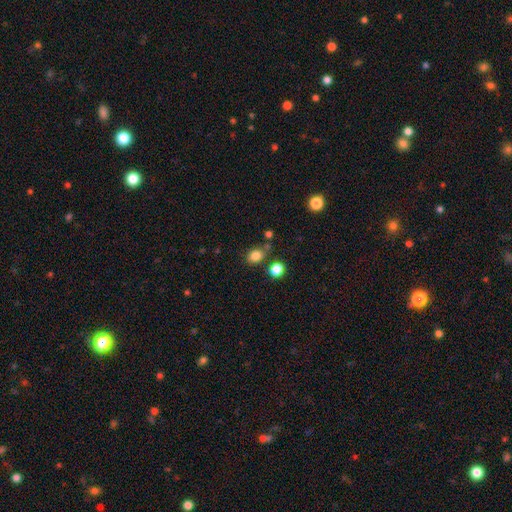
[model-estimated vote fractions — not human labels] Smooth or featured?
  - smooth: 82% *
  - star or artifact: 12%
  - featured or disk: 5%
How rounded?
  - round: 53% *
  - in between: 46%
  - cigar-shaped: 1%
Merging?
  - none: 72% *
  - minor disturbance: 14%
  - merger: 10%
  - major disturbance: 4%